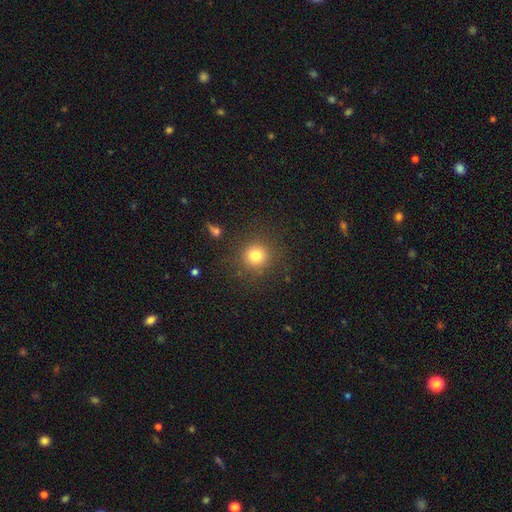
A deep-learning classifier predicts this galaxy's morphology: smooth-or-featured: smooth: 80% | star or artifact: 14% | featured or disk: 7%
  how-rounded: round: 93% | in between: 6% | cigar-shaped: 1%
  merging: none: 86% | minor disturbance: 8% | major disturbance: 3% | merger: 2%